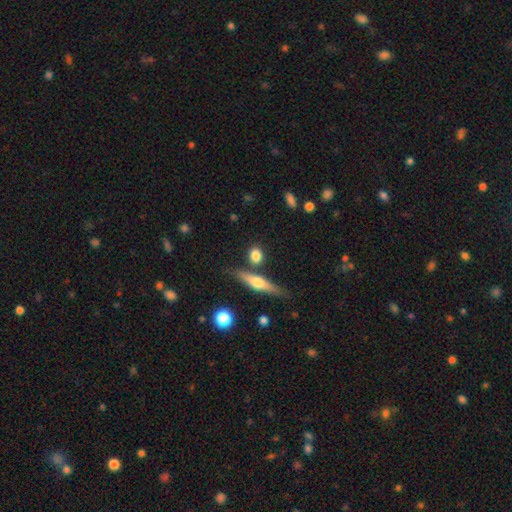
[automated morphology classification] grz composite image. It shows a smooth galaxy with no disk features (75%) that is round (57%). Merging: none (74%).